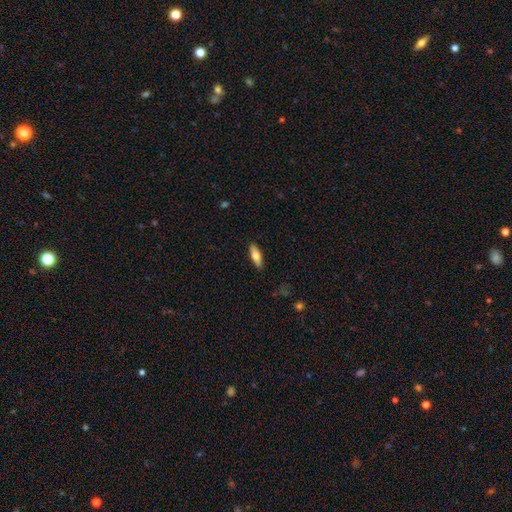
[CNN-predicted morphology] This appears to be a smooth galaxy with no disk features (68%) that is in between round and cigar-shaped (55%). Merging: none (89%).